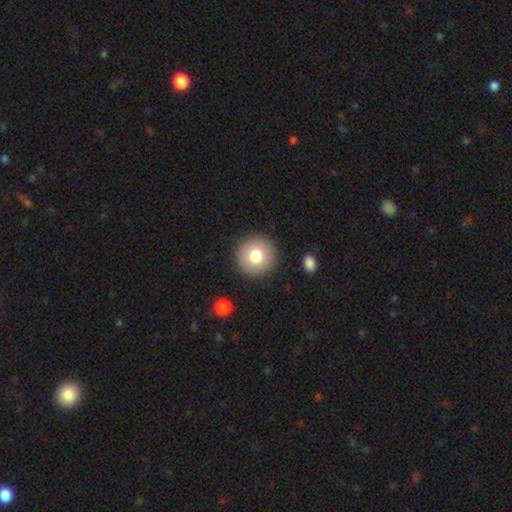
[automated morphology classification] A smooth galaxy with no disk features (78%) that is round (95%). Merging: none (90%).